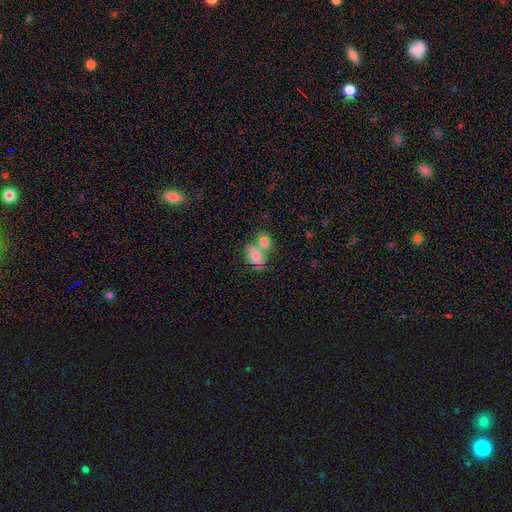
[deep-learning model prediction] Overall: smooth (71%). How rounded: in between (69%; round 30%). Merging: merger (54%; none 29%).